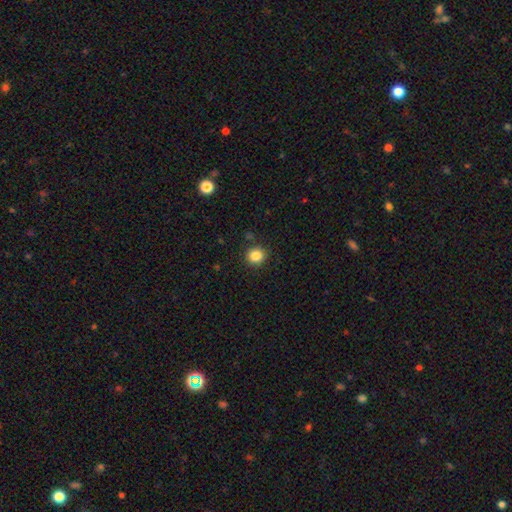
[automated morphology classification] This is clearly a smooth galaxy (85%). How rounded: clearly round (86%). Merging: clearly none (89%).